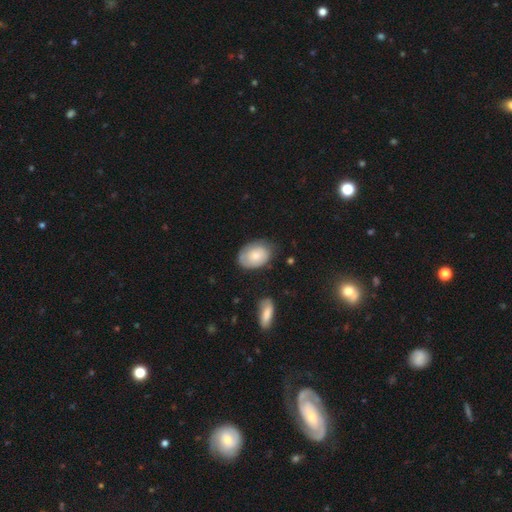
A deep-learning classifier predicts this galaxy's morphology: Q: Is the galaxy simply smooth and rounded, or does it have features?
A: smooth — 70%.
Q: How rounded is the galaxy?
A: in between — 81%.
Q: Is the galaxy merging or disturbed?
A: none — 68%.